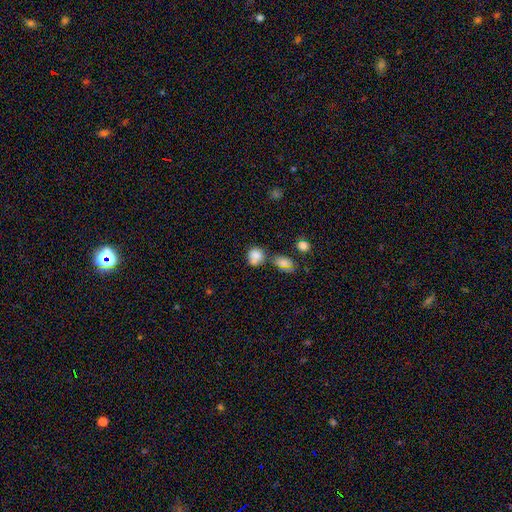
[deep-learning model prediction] A smooth galaxy with no disk features (79%) that is round (75%). Merging: none (46%).